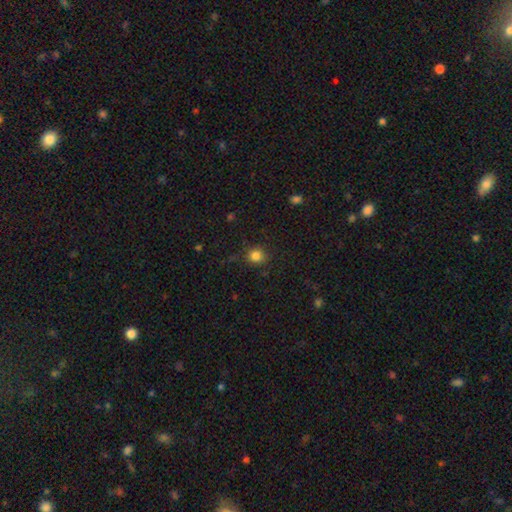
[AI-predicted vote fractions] A smooth galaxy with no disk features (83%) that is round (87%). Merging: none (84%).